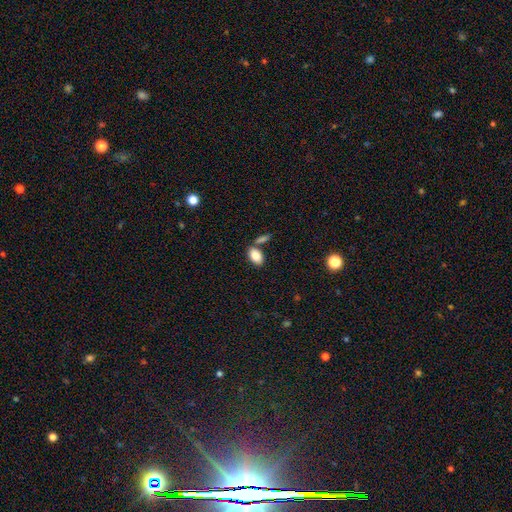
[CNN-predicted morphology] Smooth or featured?
  - smooth: 85% *
  - featured or disk: 8%
  - star or artifact: 7%
How rounded?
  - in between: 91% *
  - round: 7%
  - cigar-shaped: 2%
Merging?
  - none: 64% *
  - merger: 20%
  - minor disturbance: 12%
  - major disturbance: 3%